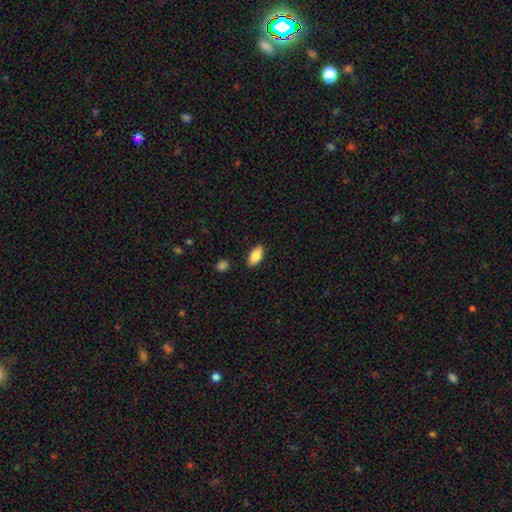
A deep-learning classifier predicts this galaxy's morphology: Smooth or featured? smooth (82%)
How rounded? in between (88%)
Merging? none (87%)